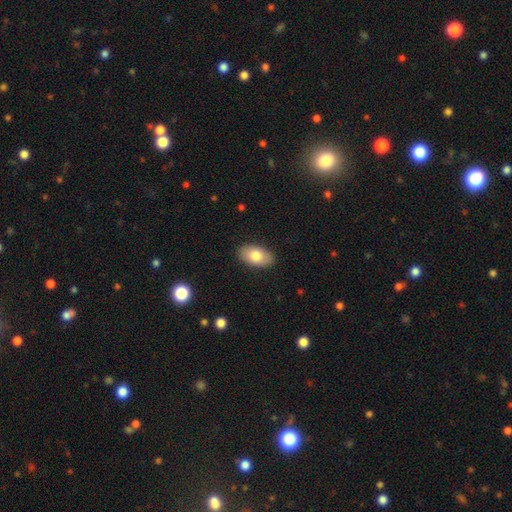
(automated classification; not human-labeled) This appears to be a smooth galaxy with no disk features (78%) that is in between round and cigar-shaped (94%). Merging: none (88%).